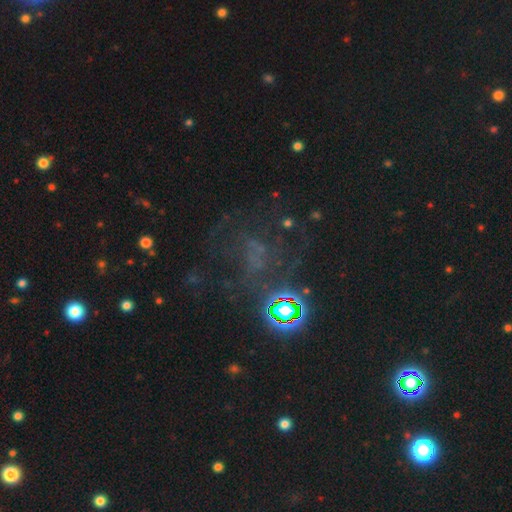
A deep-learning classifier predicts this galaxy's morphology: This is possibly a star or artifact rather than a galaxy (54%).